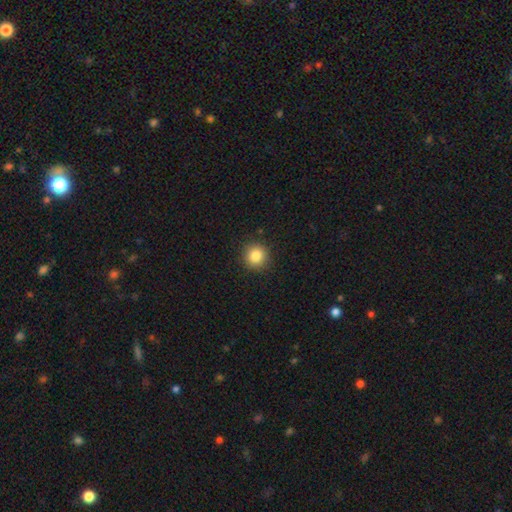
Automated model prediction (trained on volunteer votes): A smooth galaxy with no disk features (84%) that is round (93%).

Vote fractions:
- Smooth or featured? smooth: 84% / star or artifact: 10% / featured or disk: 5%
- How rounded? round: 93% / in between: 6% / cigar-shaped: 1%
- Merging? none: 91% / minor disturbance: 6% / major disturbance: 2% / merger: 1%